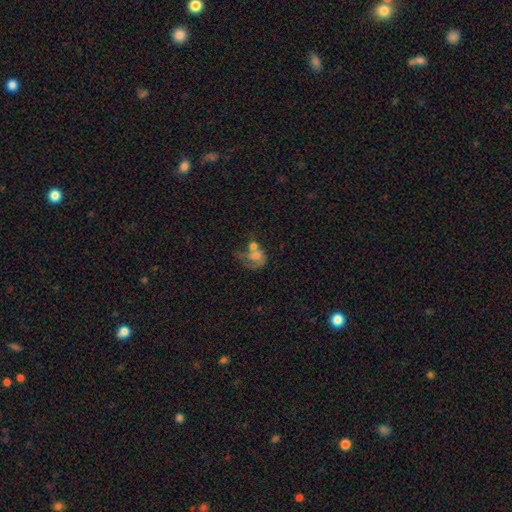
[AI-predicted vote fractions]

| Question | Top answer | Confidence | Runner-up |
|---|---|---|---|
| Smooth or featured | featured or disk | 46% | smooth (44%) |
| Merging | merger | 50% | major disturbance (23%) |